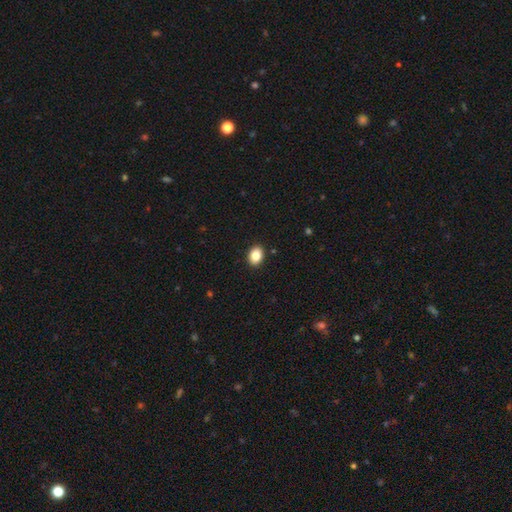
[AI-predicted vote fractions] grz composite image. It shows a smooth galaxy with no disk features (85%) that is in between round and cigar-shaped (68%). Merging: none (91%).